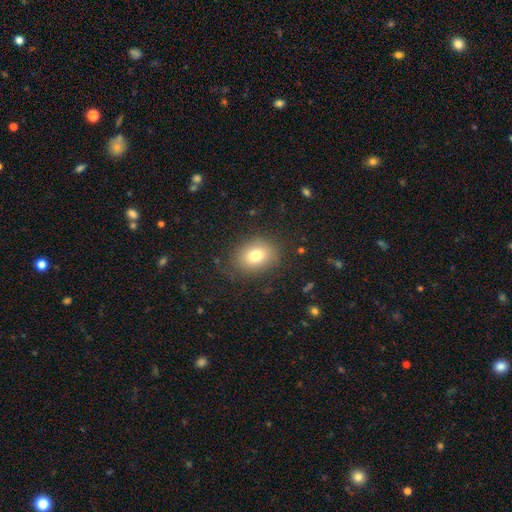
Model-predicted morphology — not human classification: smooth-or-featured: smooth: 77% | featured or disk: 12% | star or artifact: 11%
  how-rounded: in between: 58% | round: 41% | cigar-shaped: 1%
  merging: none: 81% | minor disturbance: 13% | major disturbance: 5% | merger: 1%